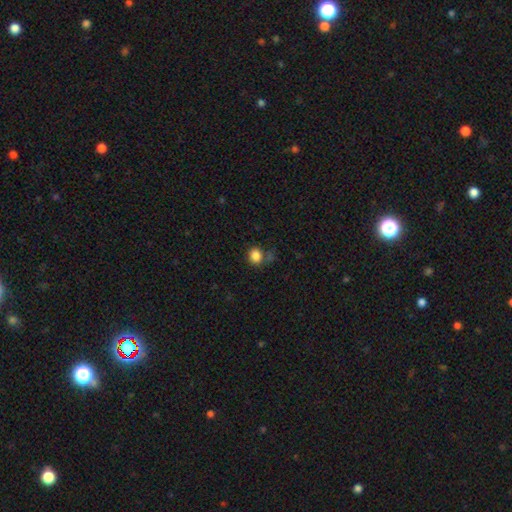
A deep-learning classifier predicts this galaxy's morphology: Smooth or featured: smooth — 85% (star or artifact — 11%)
How rounded: round — 73% (in between — 26%)
Merging: none — 70% (minor disturbance — 15%)